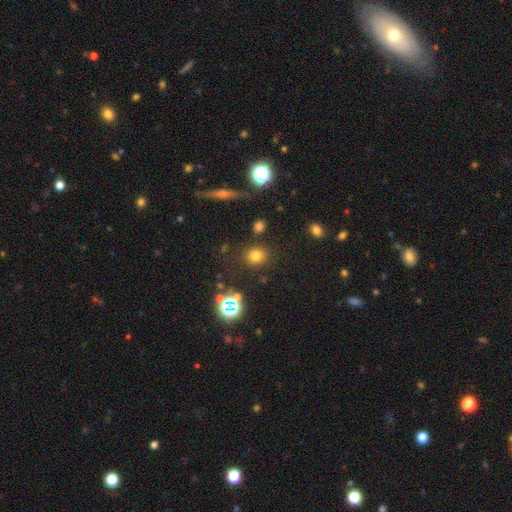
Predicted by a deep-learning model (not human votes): The model was most divided on "smooth or featured": smooth: 73%, star or artifact: 19%, featured or disk: 7%. More confident: merging — none (82%); how rounded — round (79%).